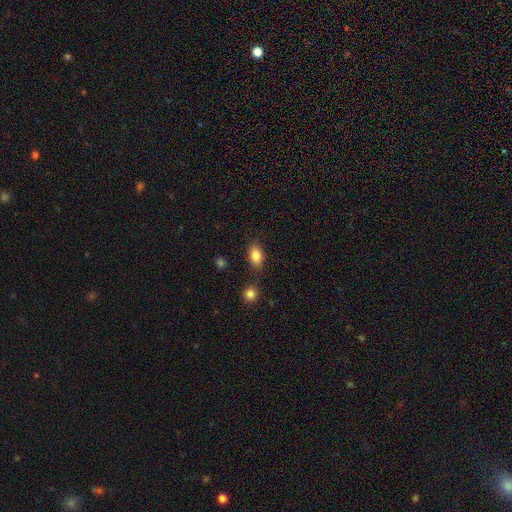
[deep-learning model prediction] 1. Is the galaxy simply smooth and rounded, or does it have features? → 85% smooth, 9% star or artifact, 6% featured or disk.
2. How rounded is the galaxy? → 85% in between, 12% round, 2% cigar-shaped.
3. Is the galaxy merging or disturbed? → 76% none, 14% minor disturbance, 7% merger, 4% major disturbance.